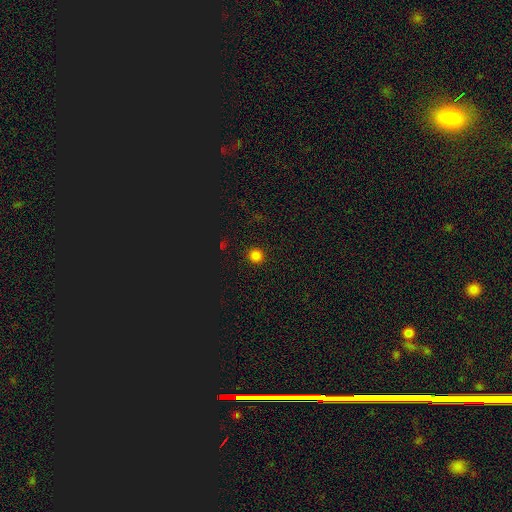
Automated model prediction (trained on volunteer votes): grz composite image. It shows a smooth galaxy with no disk features (80%) that is round (95%). Merging: none (92%).